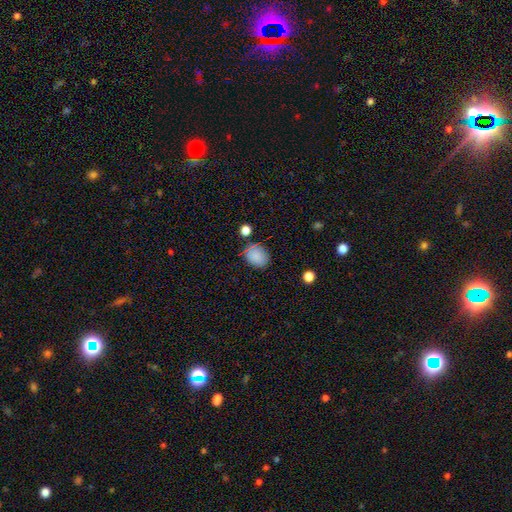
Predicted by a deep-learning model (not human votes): smooth 86%, star or artifact 9%, featured or disk 5%. Down the decision tree: how rounded — in between (61%); merging — none (77%).